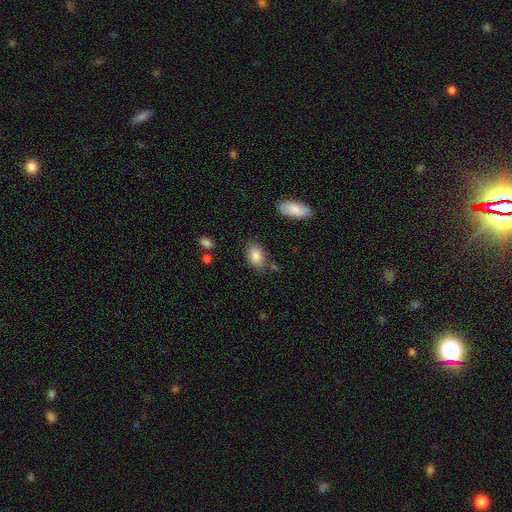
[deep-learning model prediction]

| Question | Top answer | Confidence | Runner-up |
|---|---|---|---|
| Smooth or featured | smooth | 86% | star or artifact (8%) |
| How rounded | in between | 85% | round (14%) |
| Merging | none | 76% | minor disturbance (15%) |